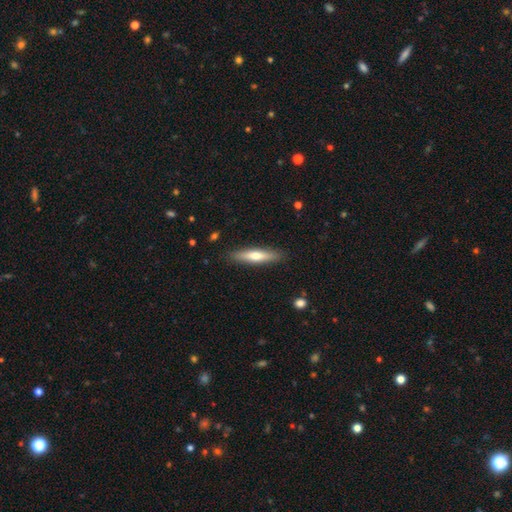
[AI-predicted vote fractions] Smooth or featured: smooth — 59% (featured or disk — 36%)
How rounded: cigar-shaped — 82% (in between — 17%)
Merging: none — 88% (minor disturbance — 9%)